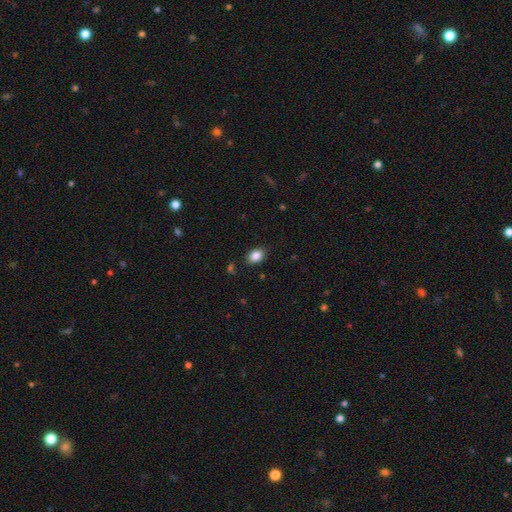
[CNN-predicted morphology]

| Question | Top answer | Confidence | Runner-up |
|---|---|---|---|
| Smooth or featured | smooth | 86% | star or artifact (9%) |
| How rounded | in between | 73% | round (26%) |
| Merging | none | 86% | minor disturbance (10%) |